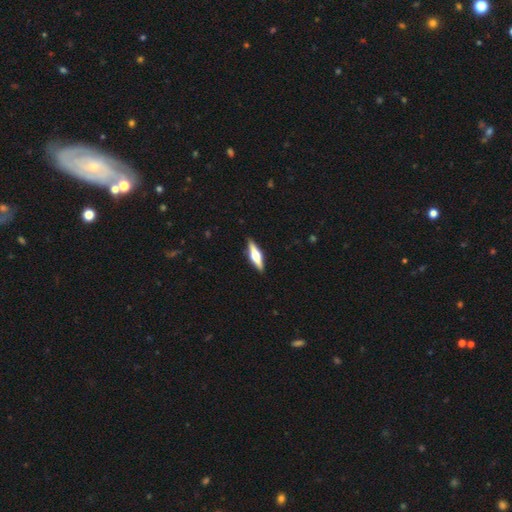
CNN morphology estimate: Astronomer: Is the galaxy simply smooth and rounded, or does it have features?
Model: featured or disk — 65%.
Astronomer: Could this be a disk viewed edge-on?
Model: yes — 97%.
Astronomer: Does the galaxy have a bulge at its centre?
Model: rounded — 93%.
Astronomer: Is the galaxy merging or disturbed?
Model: none — 90%.